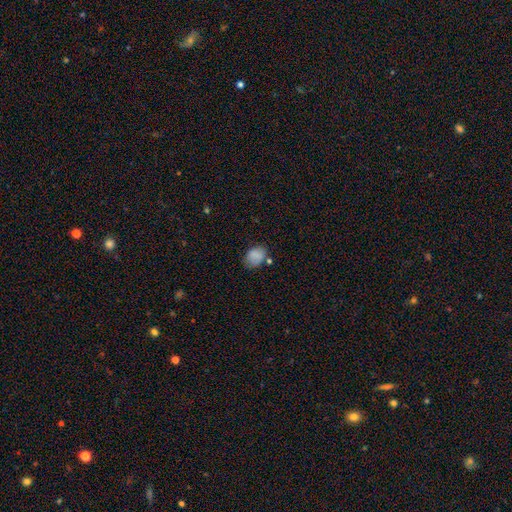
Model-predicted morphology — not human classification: smooth_or_featured: smooth (p=0.82) [alt: star or artifact p=0.10]
how_rounded: in between (p=0.66) [alt: round p=0.33]
merging: none (p=0.61) [alt: minor disturbance p=0.24]